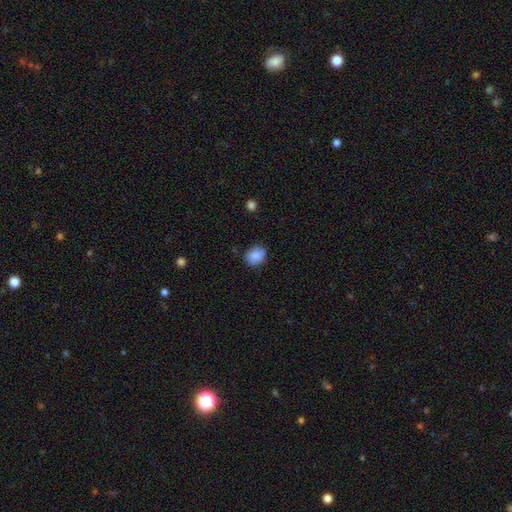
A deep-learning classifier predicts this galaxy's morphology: Smooth or featured? Predicted: smooth (p=0.86). How rounded? Predicted: round (p=0.52). Merging? Predicted: none (p=0.76).